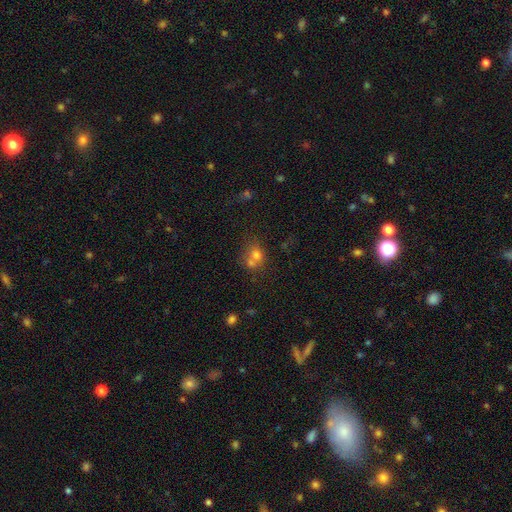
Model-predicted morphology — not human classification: Smooth or featured?
  - smooth: 64% *
  - star or artifact: 20%
  - featured or disk: 16%
How rounded?
  - round: 73% *
  - in between: 26%
  - cigar-shaped: 1%
Merging?
  - merger: 49% *
  - none: 39%
  - minor disturbance: 8%
  - major disturbance: 4%